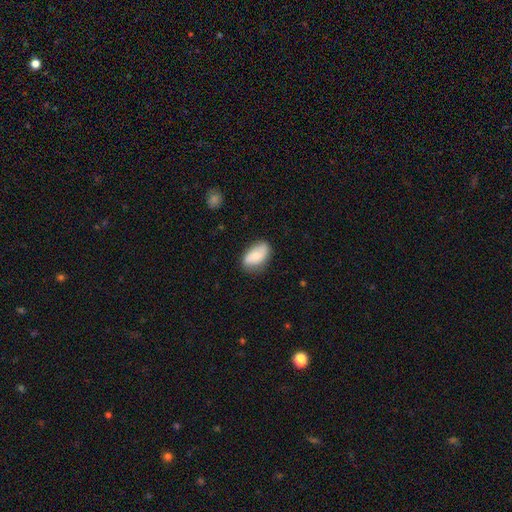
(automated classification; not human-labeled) The model was most divided on "smooth or featured": smooth: 67%, featured or disk: 26%, star or artifact: 7%. More confident: how rounded — in between (92%); merging — none (75%).